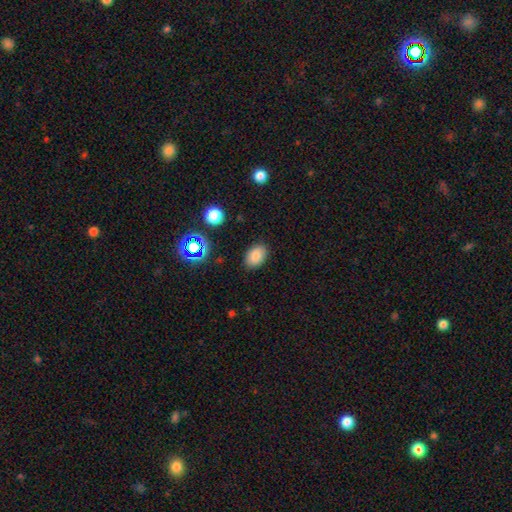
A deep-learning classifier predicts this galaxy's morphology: A smooth galaxy with no disk features (82%) that is in between round and cigar-shaped (84%).

Vote fractions:
- Smooth or featured? smooth: 82% / star or artifact: 11% / featured or disk: 7%
- How rounded? in between: 84% / round: 15% / cigar-shaped: 1%
- Merging? none: 87% / minor disturbance: 9% / major disturbance: 3% / merger: 1%